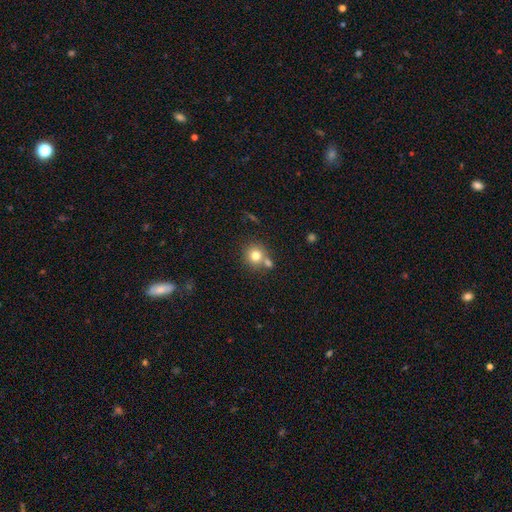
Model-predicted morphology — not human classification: Q: Smooth or featured?
A: smooth (78%); runner-up: star or artifact (12%)
Q: How rounded?
A: round (90%); runner-up: in between (9%)
Q: Merging?
A: none (63%); runner-up: merger (25%)